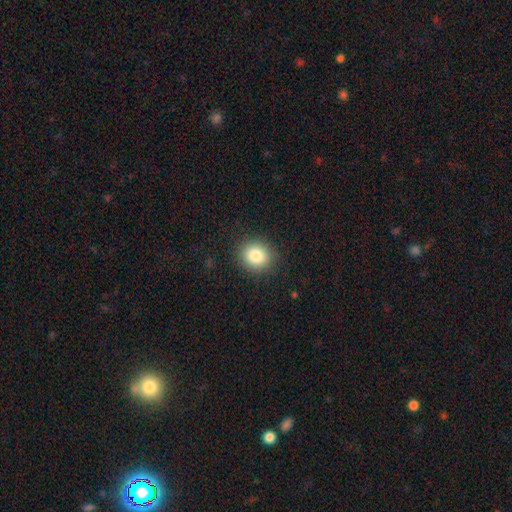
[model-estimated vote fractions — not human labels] smooth_or_featured: smooth (p=0.84) [alt: star or artifact p=0.10]
how_rounded: round (p=0.75) [alt: in between p=0.24]
merging: none (p=0.89) [alt: minor disturbance p=0.08]